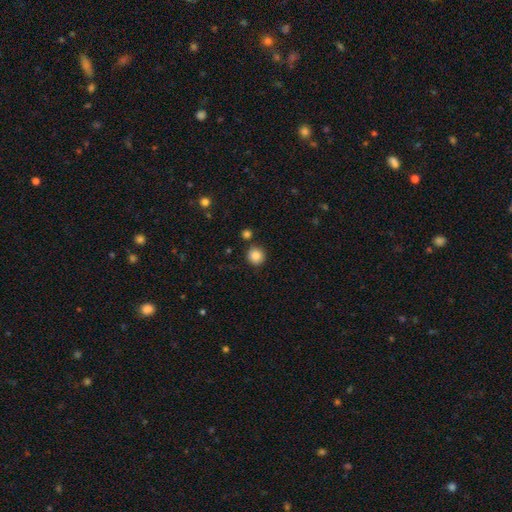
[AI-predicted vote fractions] smooth_or_featured: smooth (p=0.86) [alt: star or artifact p=0.10]
how_rounded: round (p=0.93) [alt: in between p=0.06]
merging: none (p=0.87) [alt: minor disturbance p=0.07]